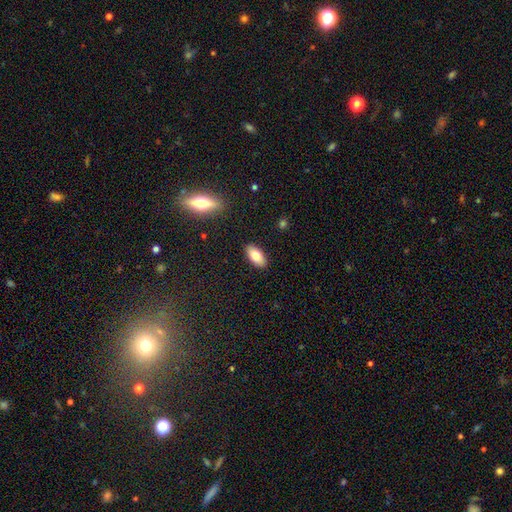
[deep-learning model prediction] smooth 79%, featured or disk 14%, star or artifact 7%. Down the decision tree: how rounded — in between (90%); merging — none (89%).